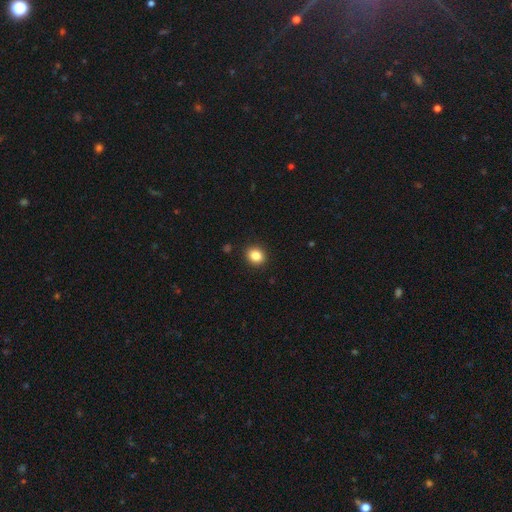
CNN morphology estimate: smooth-or-featured: smooth: 85% | star or artifact: 10% | featured or disk: 5%
  how-rounded: round: 65% | in between: 34% | cigar-shaped: 1%
  merging: none: 91% | minor disturbance: 6% | major disturbance: 2% | merger: 1%